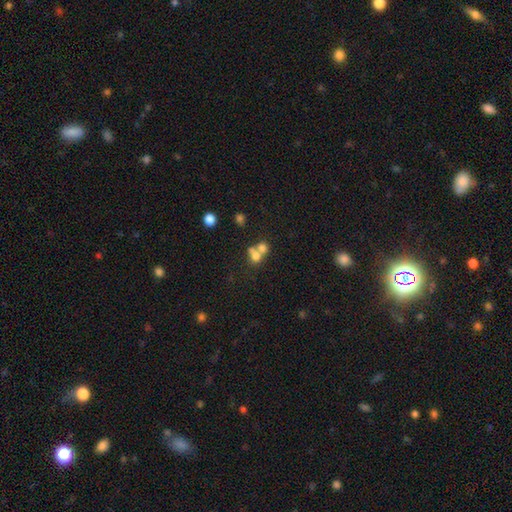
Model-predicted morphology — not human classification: Q: Smooth or featured?
A: smooth (68%); runner-up: featured or disk (18%)
Q: How rounded?
A: round (70%); runner-up: in between (29%)
Q: Merging?
A: merger (61%); runner-up: none (28%)